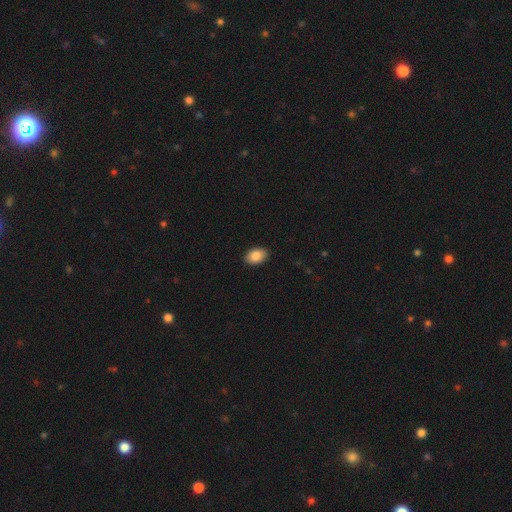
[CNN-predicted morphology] type=smooth (88%); roundness=in between (86%); merging=none (90%).